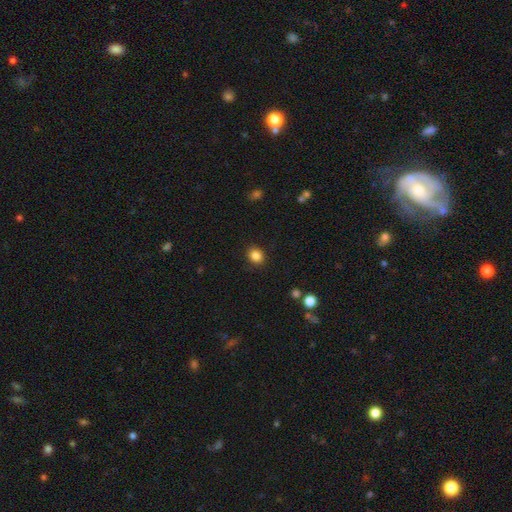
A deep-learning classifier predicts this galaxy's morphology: type=smooth (85%); roundness=round (65%); merging=none (90%).